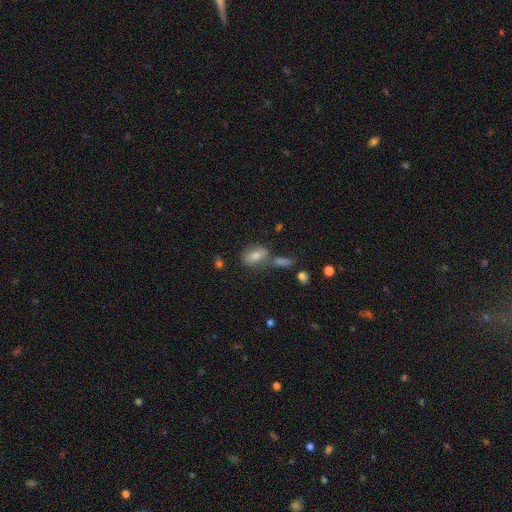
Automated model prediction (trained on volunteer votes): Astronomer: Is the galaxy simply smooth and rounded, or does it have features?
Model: smooth — 71%.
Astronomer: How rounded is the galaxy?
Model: in between — 81%.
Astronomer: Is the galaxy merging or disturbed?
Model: none — 61%.